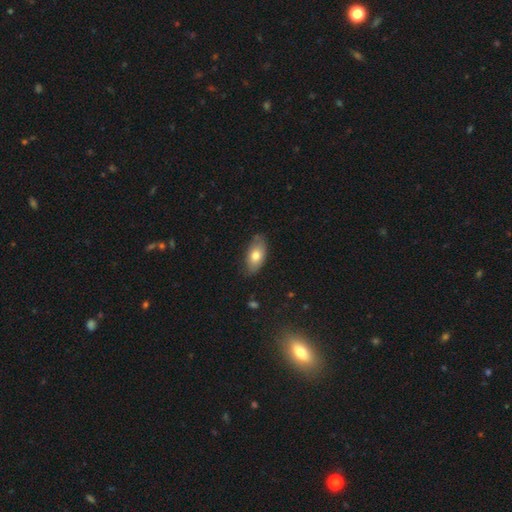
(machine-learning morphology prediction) A smooth galaxy with no disk features (74%) that is in between round and cigar-shaped (91%). Merging: none (73%).